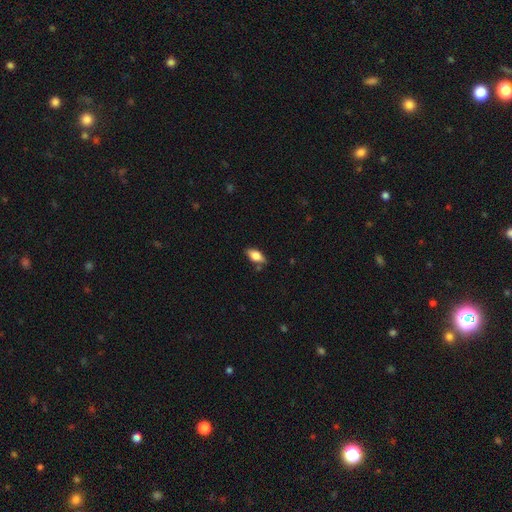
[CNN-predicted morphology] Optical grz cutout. It shows a smooth galaxy with no disk features (73%) that is in between round and cigar-shaped (86%). Merging: none (77%).